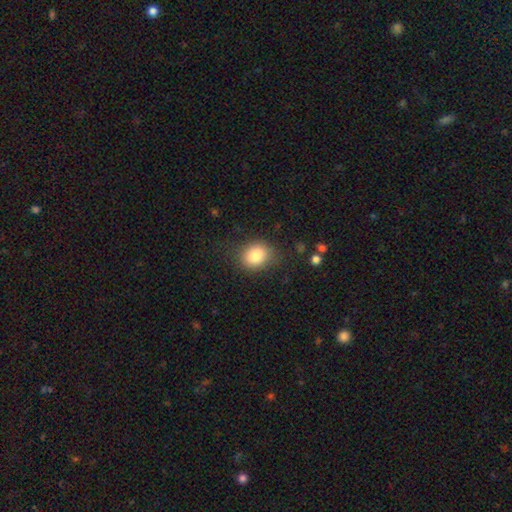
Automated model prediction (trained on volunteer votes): A smooth galaxy with no disk features (83%) that is round (58%).

Vote fractions:
- Smooth or featured? smooth: 83% / star or artifact: 9% / featured or disk: 8%
- How rounded? round: 58% / in between: 41% / cigar-shaped: 1%
- Merging? none: 79% / minor disturbance: 14% / major disturbance: 5% / merger: 1%